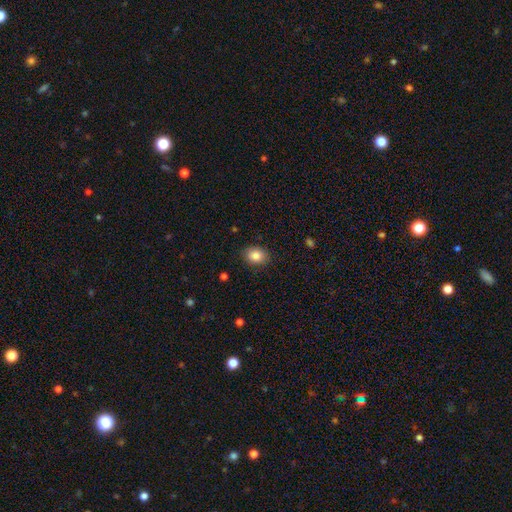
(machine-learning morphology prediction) This appears to be a smooth galaxy with no disk features (86%) that is in between round and cigar-shaped (58%). Merging: none (87%).